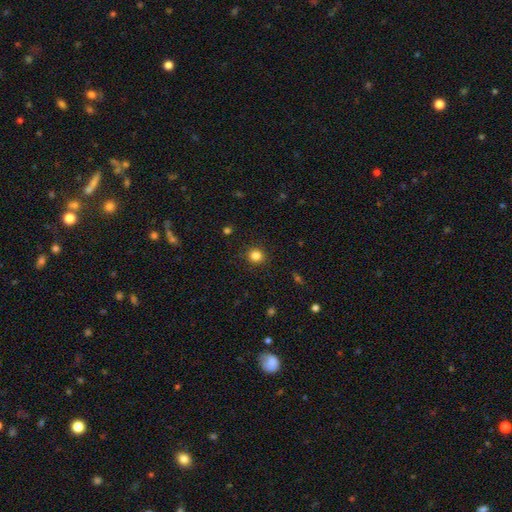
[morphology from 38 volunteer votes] A smooth galaxy with no disk features (87%) that is round (97%). Merging: none (97%).